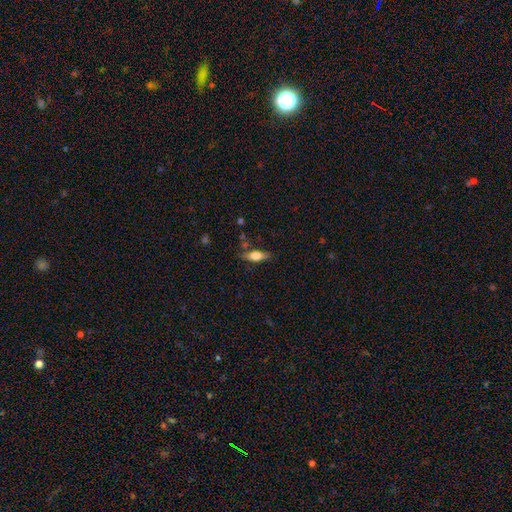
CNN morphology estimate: Overall: smooth (63%; featured or disk 30%). How rounded: in between (59%; cigar-shaped 38%). Merging: none (78%).